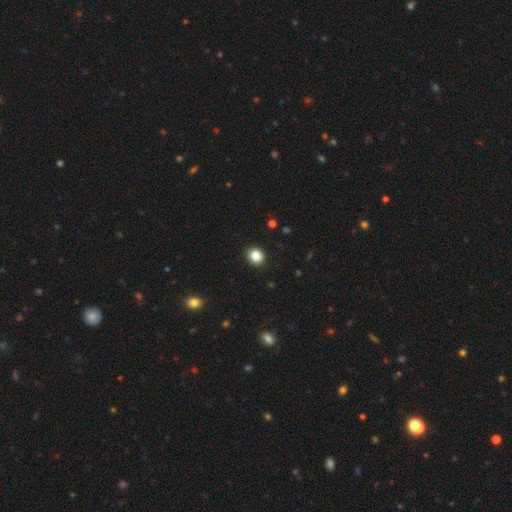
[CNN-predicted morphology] The model was most divided on "how rounded": round: 80%, in between: 19%, cigar-shaped: 1%. More confident: merging — none (92%); smooth or featured — smooth (84%).